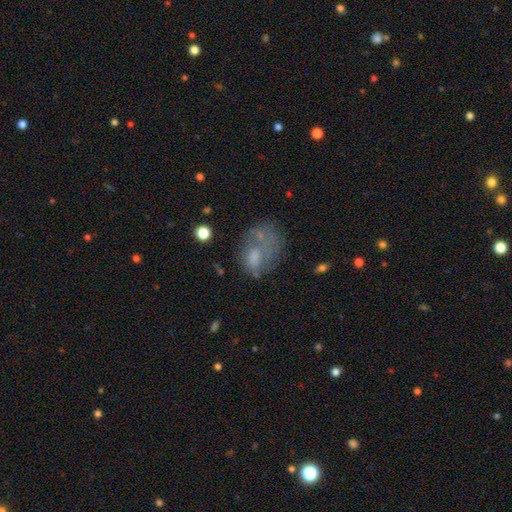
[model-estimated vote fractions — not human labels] A smooth galaxy with no disk features (52%) that is in between round and cigar-shaped (70%). Merging: major disturbance (33%).